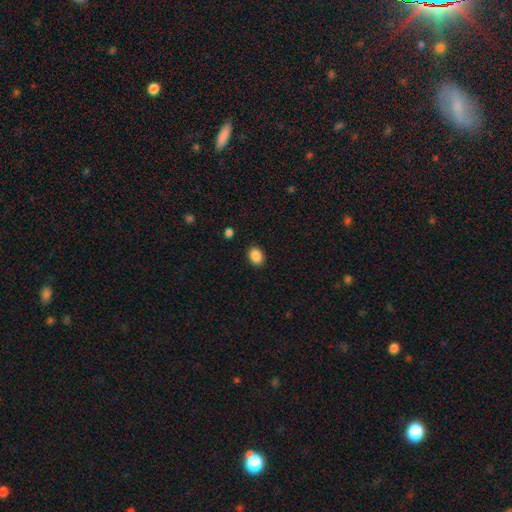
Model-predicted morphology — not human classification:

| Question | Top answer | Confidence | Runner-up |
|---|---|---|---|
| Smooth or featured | smooth | 88% | star or artifact (9%) |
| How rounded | in between | 68% | round (31%) |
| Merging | none | 88% | minor disturbance (8%) |